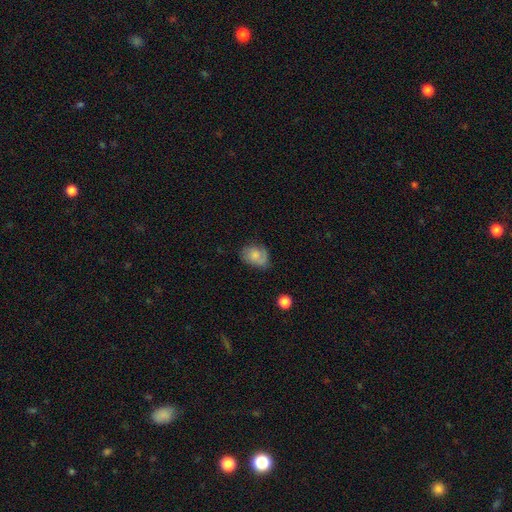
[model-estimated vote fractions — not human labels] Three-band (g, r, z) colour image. It shows a smooth galaxy with no disk features (62%) that is in between round and cigar-shaped (64%). Merging: none (58%).